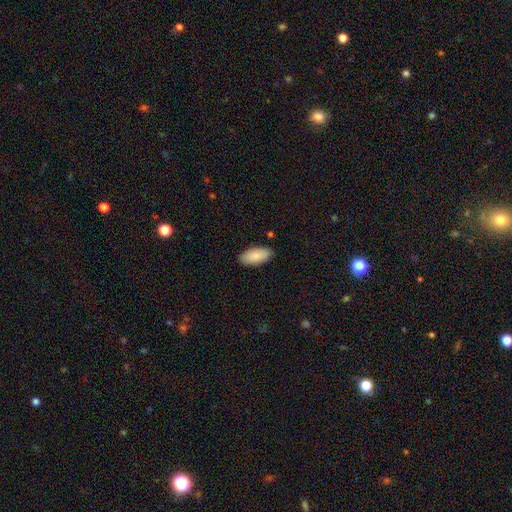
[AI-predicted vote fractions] Smooth or featured? smooth (89%)
How rounded? in between (93%)
Merging? none (87%)